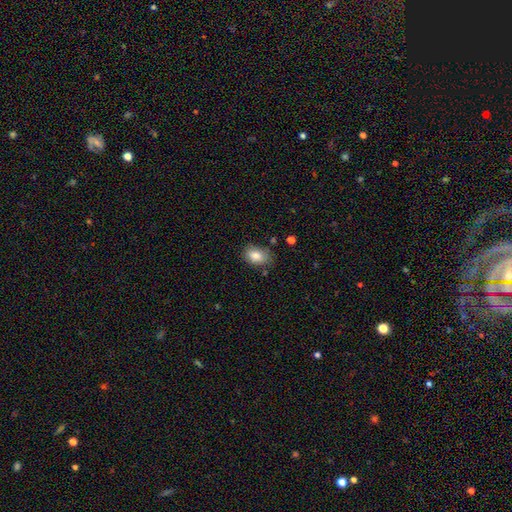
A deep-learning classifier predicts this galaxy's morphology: Smooth or featured: smooth — 83% (featured or disk — 9%)
How rounded: in between — 85% (round — 13%)
Merging: none — 73% (minor disturbance — 20%)